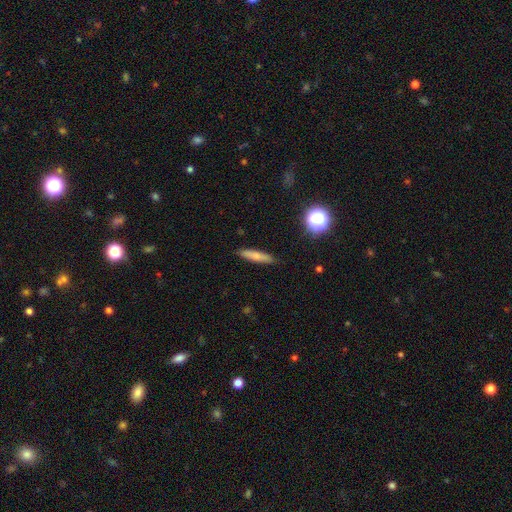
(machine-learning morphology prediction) A smooth galaxy with no disk features (71%) that is cigar-shaped (86%).

Vote fractions:
- Smooth or featured? smooth: 71% / featured or disk: 20% / star or artifact: 9%
- How rounded? cigar-shaped: 86% / in between: 12% / round: 2%
- Merging? none: 88% / minor disturbance: 9% / major disturbance: 2% / merger: 1%